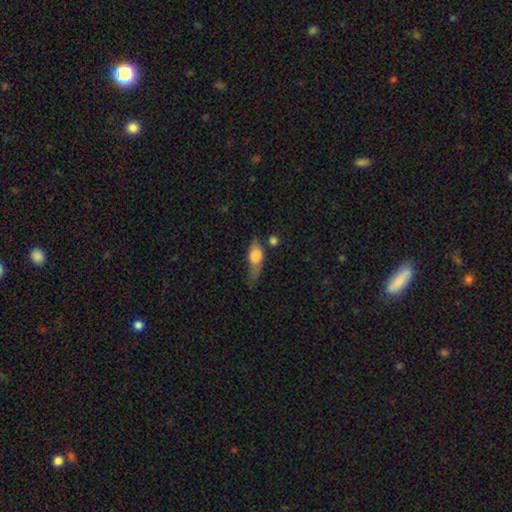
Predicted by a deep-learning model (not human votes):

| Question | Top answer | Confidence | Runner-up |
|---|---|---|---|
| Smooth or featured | smooth | 63% | featured or disk (29%) |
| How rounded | in between | 61% | cigar-shaped (30%) |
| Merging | none | 37% | minor disturbance (33%) |